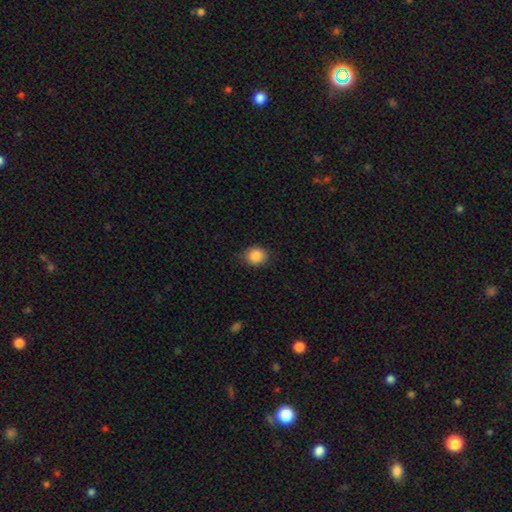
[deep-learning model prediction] Smooth or featured: smooth — 87% (star or artifact — 9%)
How rounded: round — 67% (in between — 32%)
Merging: none — 87% (minor disturbance — 10%)